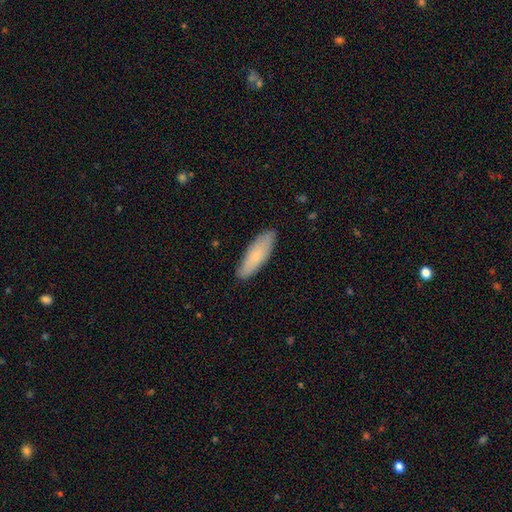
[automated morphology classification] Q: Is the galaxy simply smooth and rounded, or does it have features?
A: smooth — 76%.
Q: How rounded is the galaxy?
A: in between — 51%.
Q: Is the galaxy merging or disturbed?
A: none — 87%.